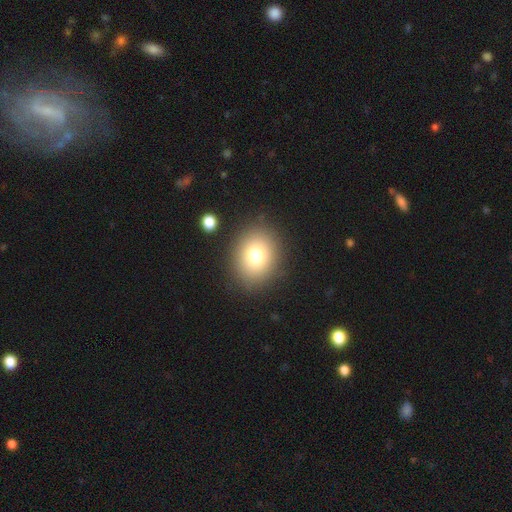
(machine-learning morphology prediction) A smooth galaxy with no disk features (75%) that is round (58%).

Vote fractions:
- Smooth or featured? smooth: 75% / star or artifact: 13% / featured or disk: 12%
- How rounded? round: 58% / in between: 41% / cigar-shaped: 1%
- Merging? none: 86% / minor disturbance: 8% / major disturbance: 3% / merger: 2%